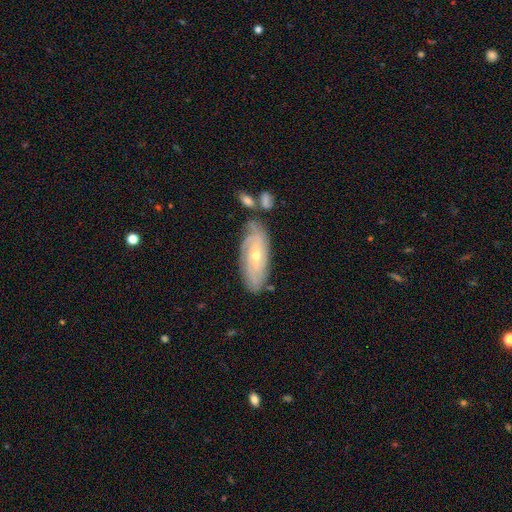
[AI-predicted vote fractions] Q: Smooth or featured?
A: featured or disk (73%); runner-up: smooth (21%)
Q: Edge-on disk?
A: no (87%); runner-up: yes (13%)
Q: Bar?
A: no (65%); runner-up: weak (28%)
Q: Spiral arms?
A: yes (88%); runner-up: no (12%)
Q: Spiral winding?
A: tight (69%); runner-up: medium (23%)
Q: Spiral arm count?
A: can't tell (49%); runner-up: 2 (22%)
Q: Bulge size?
A: small (63%); runner-up: moderate (35%)
Q: Merging?
A: none (68%); runner-up: minor disturbance (18%)